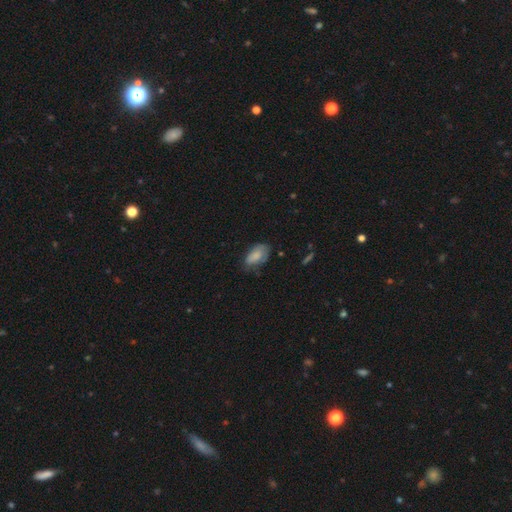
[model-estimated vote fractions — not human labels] Smooth or featured?
  - smooth: 78% *
  - featured or disk: 14%
  - star or artifact: 8%
How rounded?
  - in between: 91% *
  - round: 5%
  - cigar-shaped: 3%
Merging?
  - none: 52% *
  - minor disturbance: 35%
  - major disturbance: 11%
  - merger: 2%